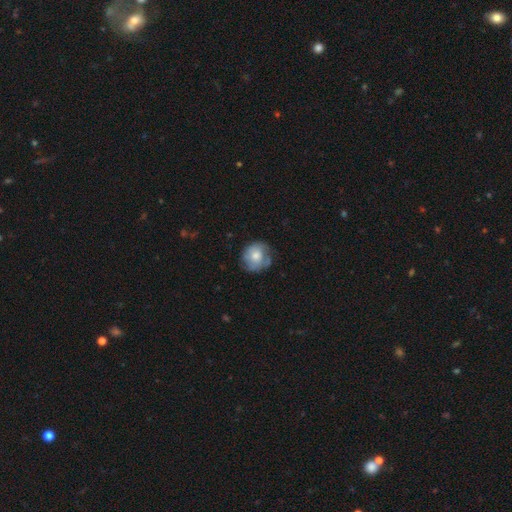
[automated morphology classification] Q: Smooth or featured?
A: smooth (56%); runner-up: featured or disk (37%)
Q: How rounded?
A: round (80%); runner-up: in between (19%)
Q: Merging?
A: none (65%); runner-up: minor disturbance (24%)